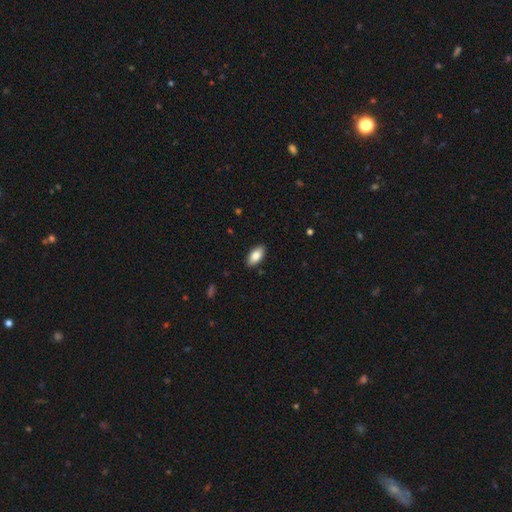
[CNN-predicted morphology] Overall: smooth (84%). How rounded: in between (91%). Merging: none (88%).